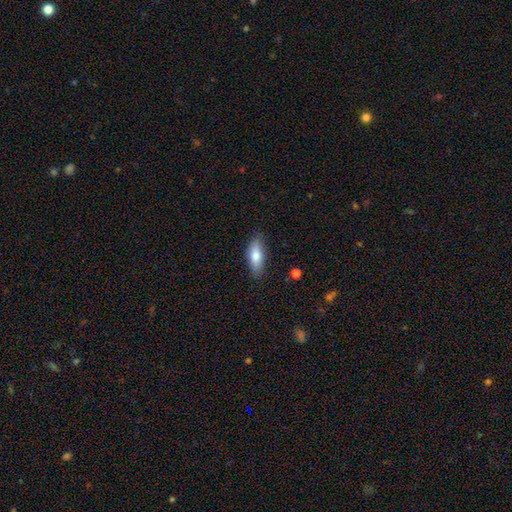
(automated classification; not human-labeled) Overall: smooth (76%). How rounded: in between (69%). Merging: none (83%).